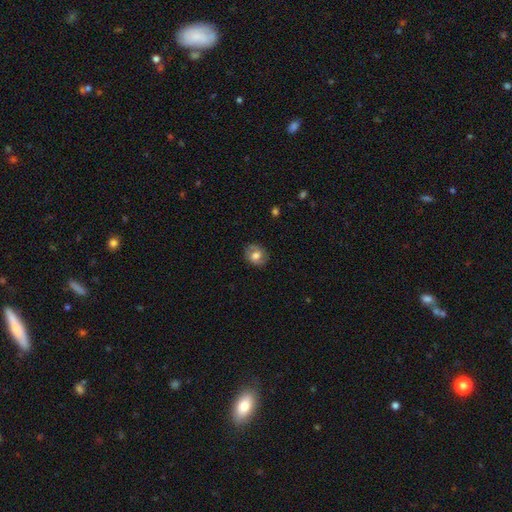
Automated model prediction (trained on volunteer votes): This appears to be a smooth galaxy with no disk features (61%) that is round (60%). Merging: none (82%).